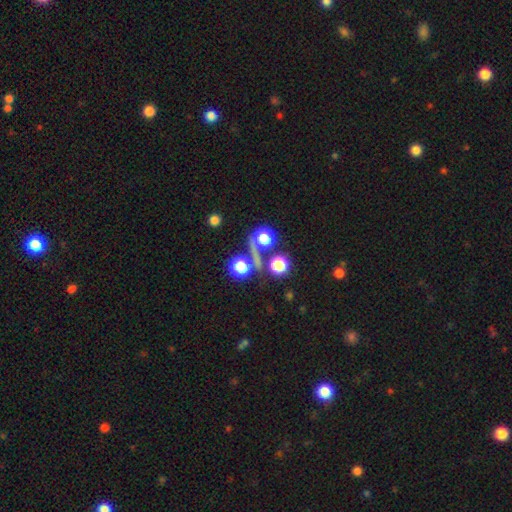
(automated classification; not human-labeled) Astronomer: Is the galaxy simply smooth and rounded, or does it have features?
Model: smooth — 53% (runner-up: star or artifact, 35%).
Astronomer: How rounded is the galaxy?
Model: round — 84%.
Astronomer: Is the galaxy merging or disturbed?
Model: none — 63%.